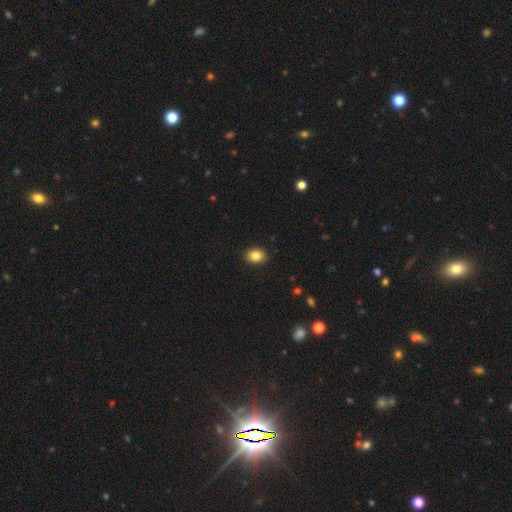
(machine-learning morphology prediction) smooth_or_featured: smooth (p=0.85) [alt: star or artifact p=0.09]
how_rounded: in between (p=0.71) [alt: round p=0.28]
merging: none (p=0.91) [alt: minor disturbance p=0.06]